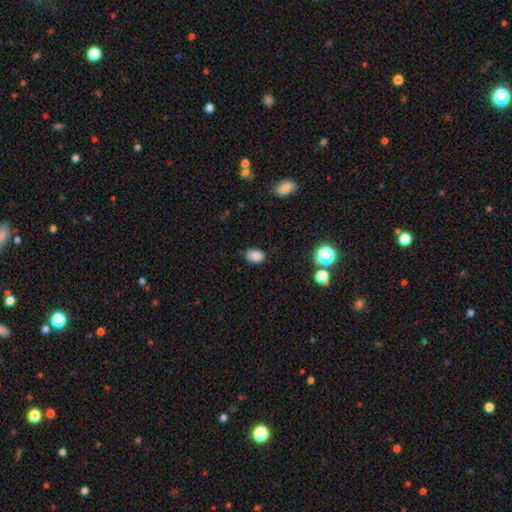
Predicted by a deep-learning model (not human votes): Smooth or featured? Predicted: smooth (p=0.82). How rounded? Predicted: in between (p=0.77). Merging? Predicted: none (p=0.69).